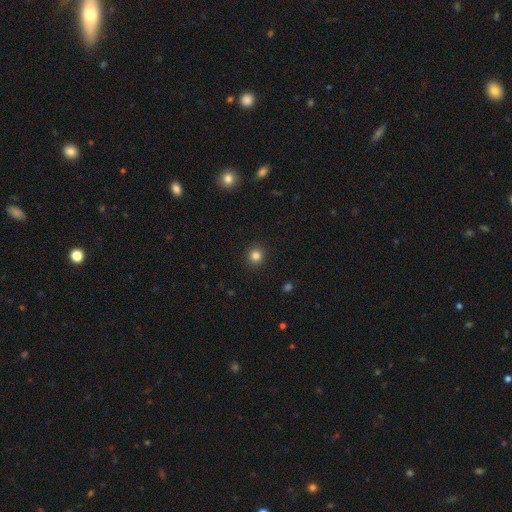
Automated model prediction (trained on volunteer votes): Smooth or featured: smooth — 83% (star or artifact — 13%)
How rounded: round — 93% (in between — 6%)
Merging: none — 92% (minor disturbance — 5%)